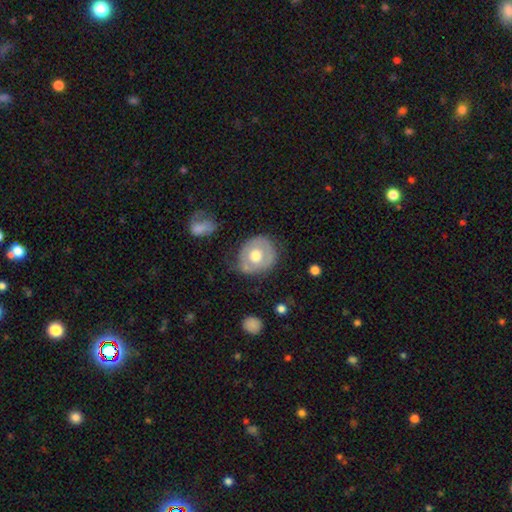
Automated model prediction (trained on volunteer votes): Smooth or featured?
  - smooth: 51% *
  - featured or disk: 43%
  - star or artifact: 6%
How rounded?
  - round: 75% *
  - in between: 24%
  - cigar-shaped: 1%
Merging?
  - none: 65% *
  - minor disturbance: 23%
  - major disturbance: 8%
  - merger: 3%